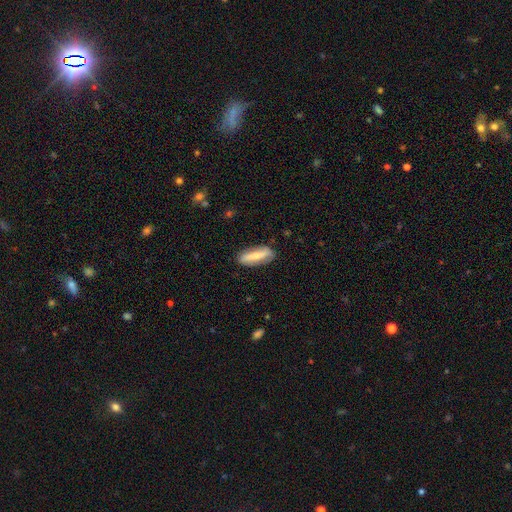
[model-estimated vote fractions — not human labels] This is likely a smooth galaxy (61%). How rounded: possibly cigar-shaped (52%). Merging: clearly none (85%).